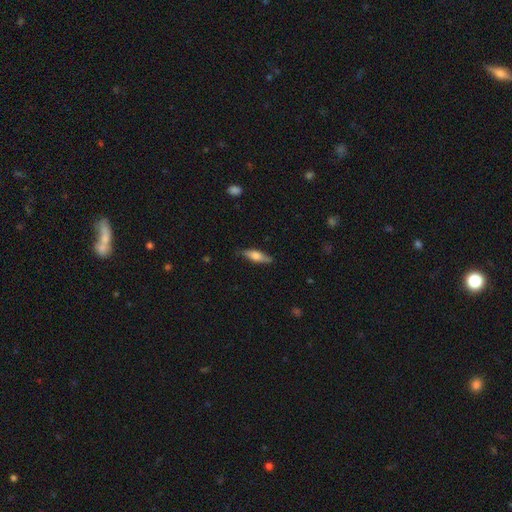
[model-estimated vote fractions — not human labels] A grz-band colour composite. It shows a smooth galaxy with no disk features (57%) that is cigar-shaped (57%). Merging: none (81%).